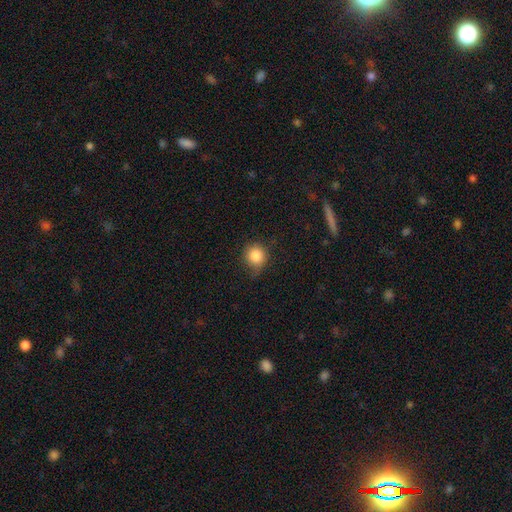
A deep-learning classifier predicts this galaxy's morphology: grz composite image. It shows a smooth galaxy with no disk features (84%) that is round (88%). Merging: none (70%).